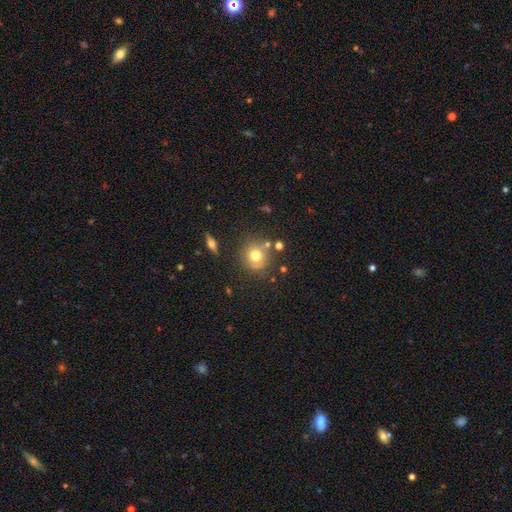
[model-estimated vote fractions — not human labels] smooth_or_featured: smooth (p=0.71) [alt: featured or disk p=0.16]
how_rounded: round (p=0.88) [alt: in between p=0.11]
merging: none (p=0.72) [alt: minor disturbance p=0.15]